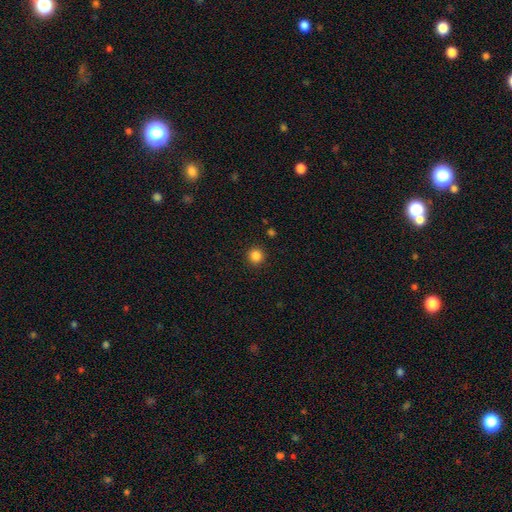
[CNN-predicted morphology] A smooth galaxy with no disk features (85%) that is round (94%).

Vote fractions:
- Smooth or featured? smooth: 85% / star or artifact: 11% / featured or disk: 3%
- How rounded? round: 94% / in between: 5% / cigar-shaped: 1%
- Merging? none: 92% / minor disturbance: 5% / major disturbance: 2% / merger: 1%